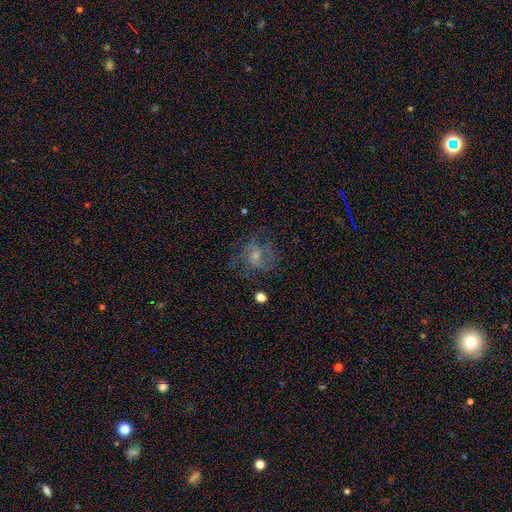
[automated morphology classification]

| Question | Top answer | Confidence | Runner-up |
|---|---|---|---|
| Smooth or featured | featured or disk | 58% | smooth (29%) |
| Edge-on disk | no | 98% | yes (2%) |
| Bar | no | 72% | weak (24%) |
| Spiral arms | yes | 70% | no (30%) |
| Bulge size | small | 58% | moderate (31%) |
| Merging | none | 55% | major disturbance (23%) |